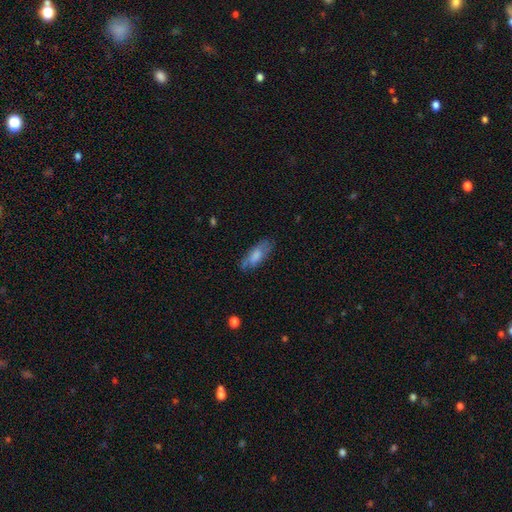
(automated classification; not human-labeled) Overall: smooth (70%). How rounded: in between (74%). Merging: none (67%).